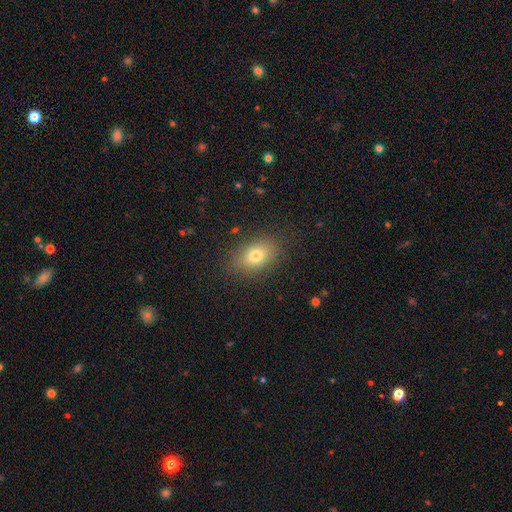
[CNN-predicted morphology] The model was most divided on "smooth or featured": smooth: 77%, featured or disk: 12%, star or artifact: 11%. More confident: merging — none (85%); how rounded — in between (81%).